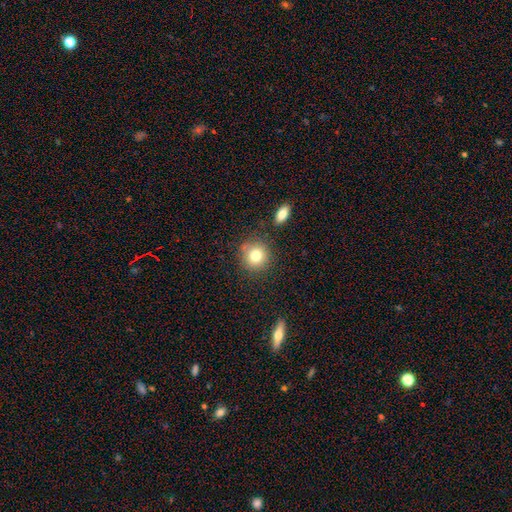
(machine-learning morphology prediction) smooth 80%, star or artifact 10%, featured or disk 10%. Down the decision tree: how rounded — round (91%); merging — none (79%).